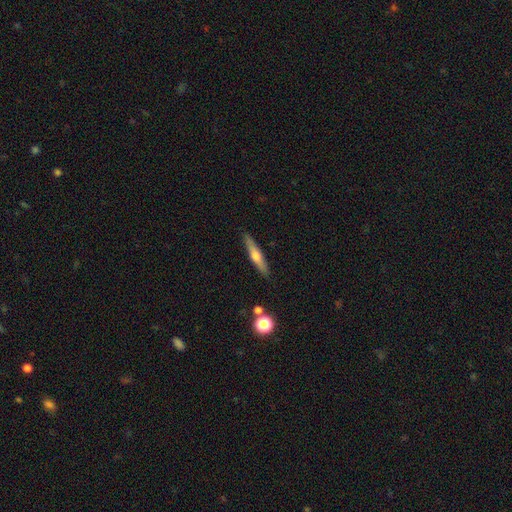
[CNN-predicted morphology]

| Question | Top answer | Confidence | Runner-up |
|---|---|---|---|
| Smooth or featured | featured or disk | 52% | smooth (42%) |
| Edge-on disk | yes | 94% | no (6%) |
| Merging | none | 89% | minor disturbance (8%) |